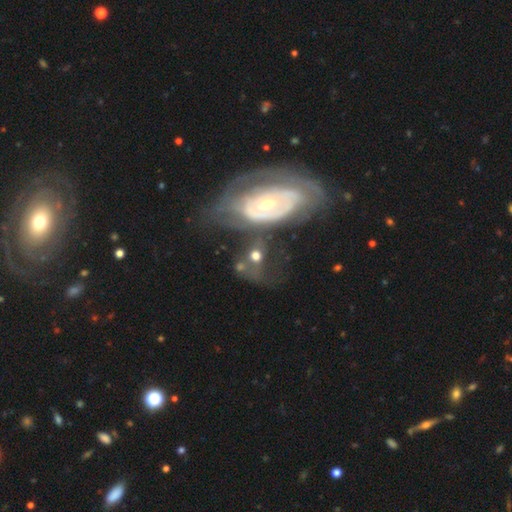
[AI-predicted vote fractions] Smooth or featured? Predicted: featured or disk (p=0.52). Edge-on disk? Predicted: no (p=0.93). Merging? Predicted: none (p=0.35).